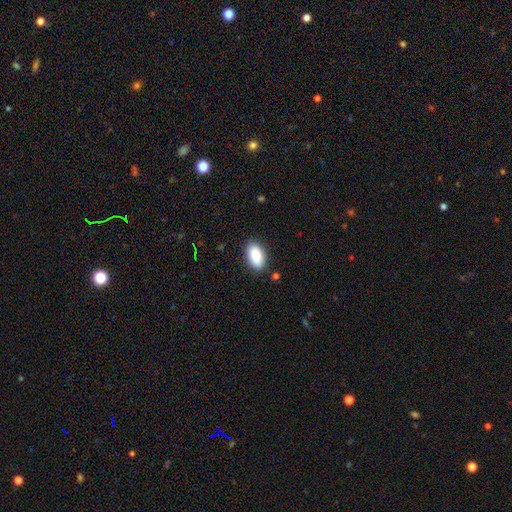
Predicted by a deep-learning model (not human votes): This appears to be a smooth galaxy with no disk features (89%) that is in between round and cigar-shaped (94%). Merging: none (85%).